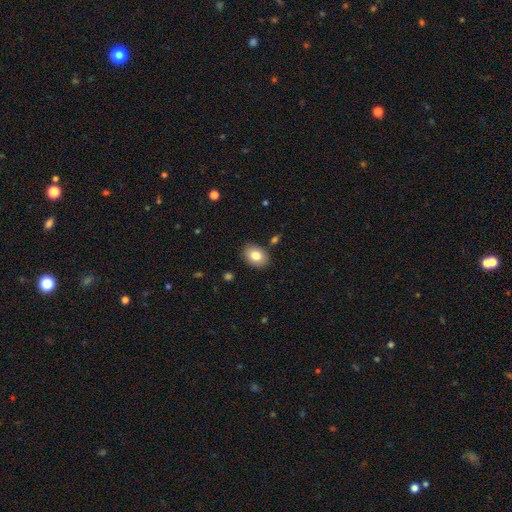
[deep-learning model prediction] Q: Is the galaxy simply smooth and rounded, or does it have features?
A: smooth — 82%.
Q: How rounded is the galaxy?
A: in between — 70%.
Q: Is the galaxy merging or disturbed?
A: none — 86%.